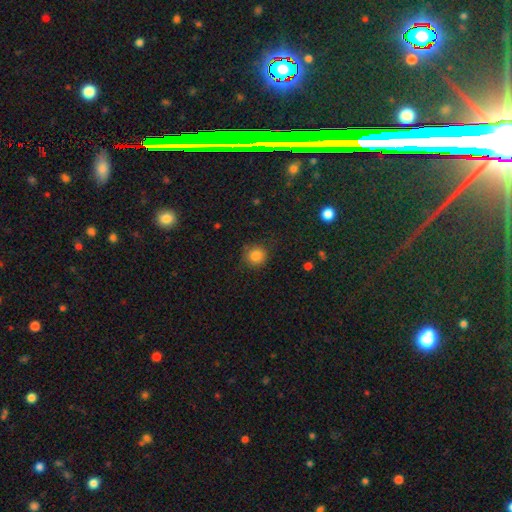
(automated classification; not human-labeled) This appears to be a smooth galaxy with no disk features (84%) that is round (92%). Merging: none (83%).